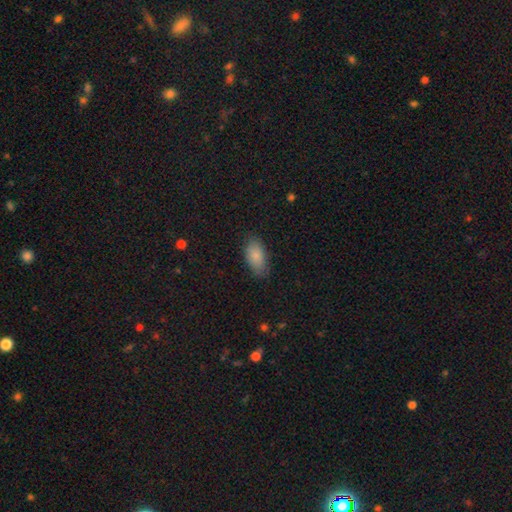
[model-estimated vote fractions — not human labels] Smooth or featured: smooth — 86% (featured or disk — 7%)
How rounded: in between — 92% (cigar-shaped — 5%)
Merging: none — 79% (minor disturbance — 16%)